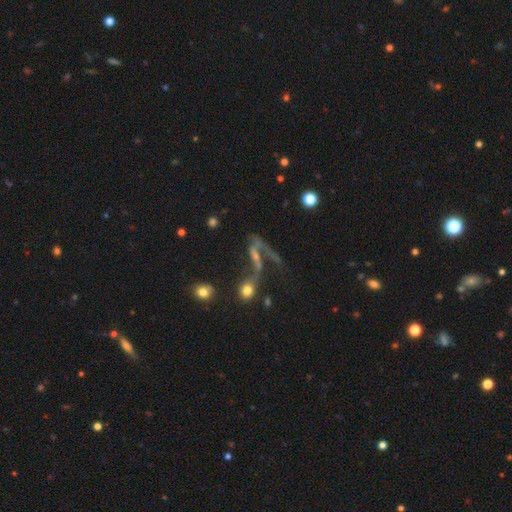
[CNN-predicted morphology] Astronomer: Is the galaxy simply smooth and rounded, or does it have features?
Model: featured or disk — 58%.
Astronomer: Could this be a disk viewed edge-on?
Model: no — 80%.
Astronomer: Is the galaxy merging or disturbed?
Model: merger — 33% (runner-up: major disturbance, 30%).